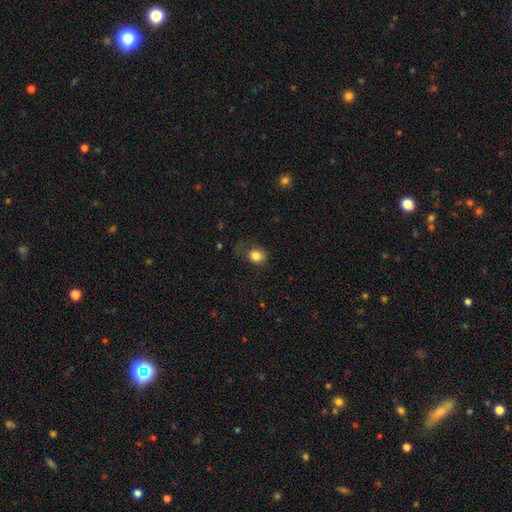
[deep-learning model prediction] Smooth or featured? smooth (82%)
How rounded? round (65%)
Merging? none (57%)